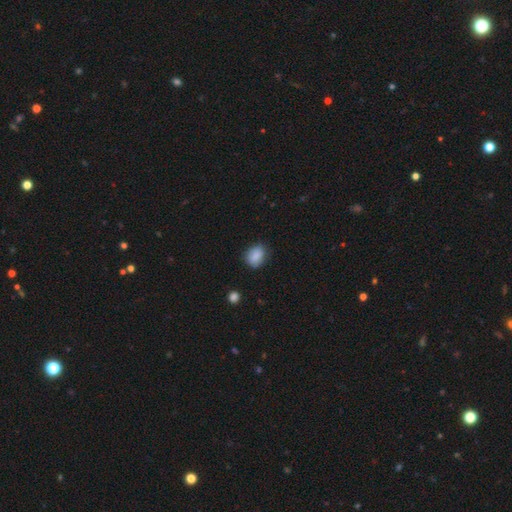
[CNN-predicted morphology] Smooth or featured? Predicted: smooth (p=0.87). How rounded? Predicted: in between (p=0.55). Merging? Predicted: none (p=0.76).